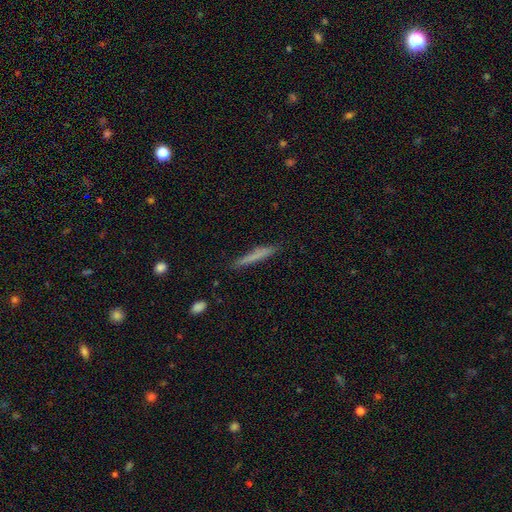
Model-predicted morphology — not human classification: This appears to be a smooth galaxy with no disk features (68%) that is cigar-shaped (96%). Merging: none (85%).